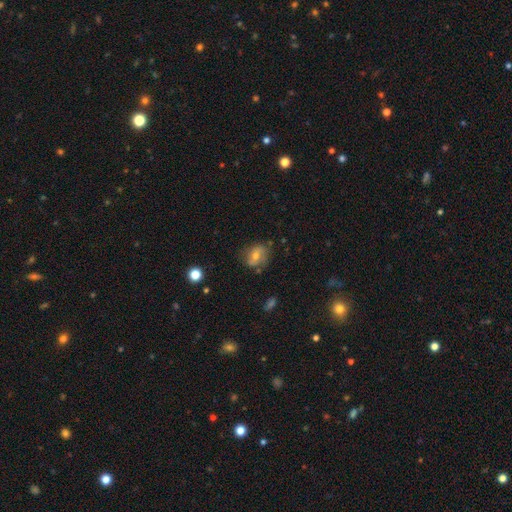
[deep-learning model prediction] The model was most divided on "smooth or featured": smooth: 48%, featured or disk: 42%, star or artifact: 10%. More confident: merging — none (66%).